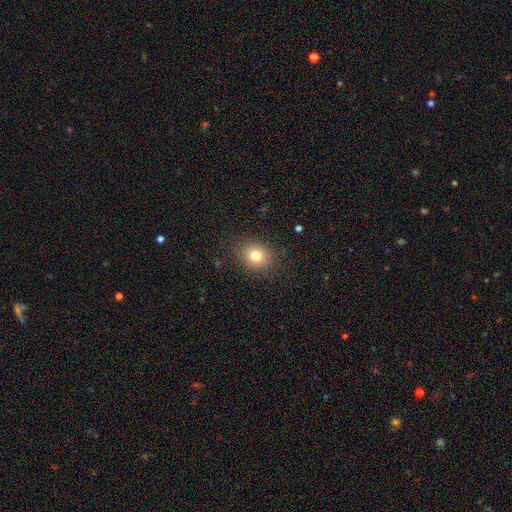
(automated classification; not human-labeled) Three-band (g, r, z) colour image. It shows a smooth galaxy with no disk features (79%) that is round (68%). Merging: none (87%).